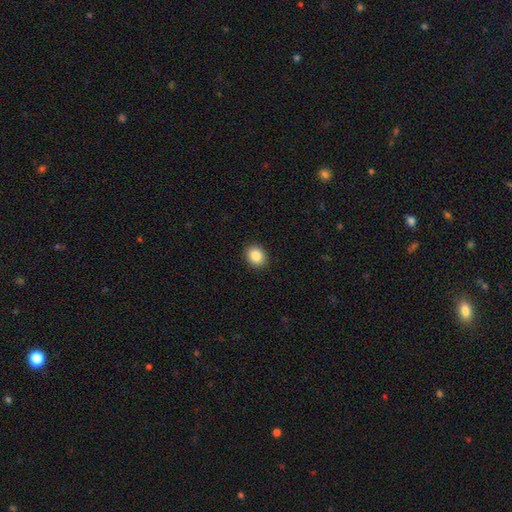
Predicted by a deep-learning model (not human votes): A smooth galaxy with no disk features (87%) that is round (62%).

Vote fractions:
- Smooth or featured? smooth: 87% / star or artifact: 9% / featured or disk: 5%
- How rounded? round: 62% / in between: 37% / cigar-shaped: 1%
- Merging? none: 92% / minor disturbance: 6% / major disturbance: 2% / merger: 1%